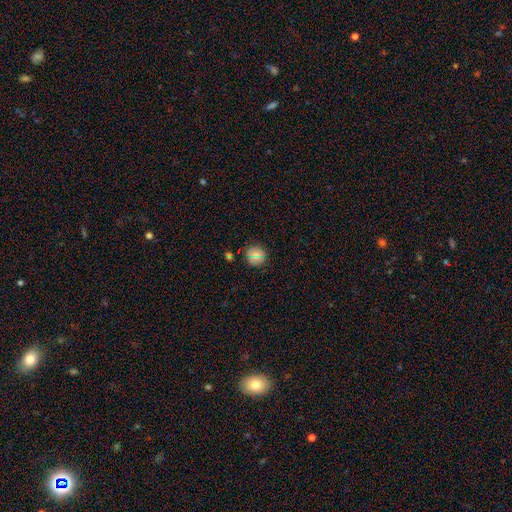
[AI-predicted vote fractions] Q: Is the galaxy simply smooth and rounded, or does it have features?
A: smooth — 78%.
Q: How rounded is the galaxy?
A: round — 90%.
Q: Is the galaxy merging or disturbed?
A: none — 82%.